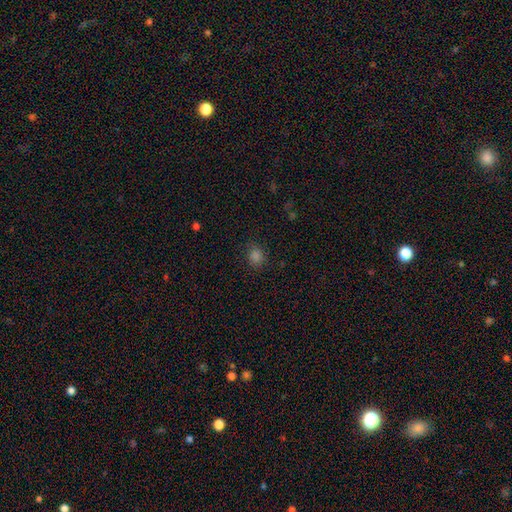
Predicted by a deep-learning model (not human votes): Smooth or featured?
  - smooth: 77% *
  - star or artifact: 19%
  - featured or disk: 4%
How rounded?
  - round: 68% *
  - in between: 31%
  - cigar-shaped: 1%
Merging?
  - none: 85% *
  - minor disturbance: 11%
  - major disturbance: 3%
  - merger: 1%